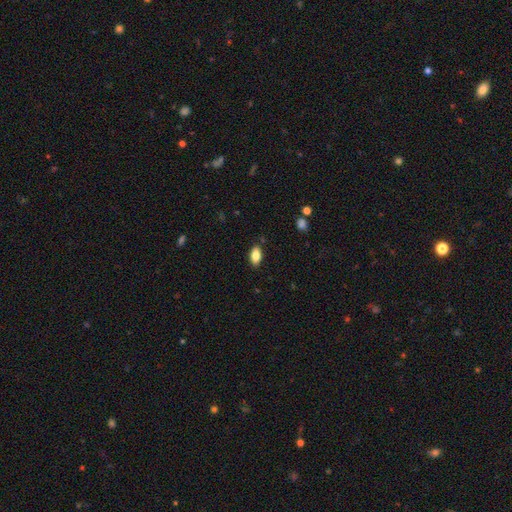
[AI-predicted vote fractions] Q: Smooth or featured?
A: smooth (83%); runner-up: featured or disk (9%)
Q: How rounded?
A: in between (91%); runner-up: cigar-shaped (6%)
Q: Merging?
A: none (86%); runner-up: minor disturbance (11%)